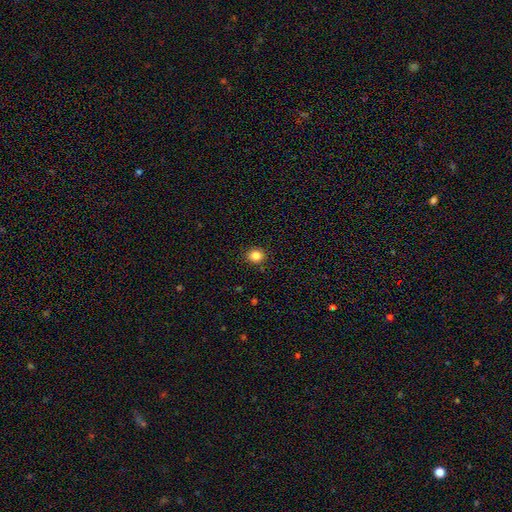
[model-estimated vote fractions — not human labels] smooth 84%, star or artifact 12%, featured or disk 5%. Down the decision tree: how rounded — round (85%); merging — none (90%).